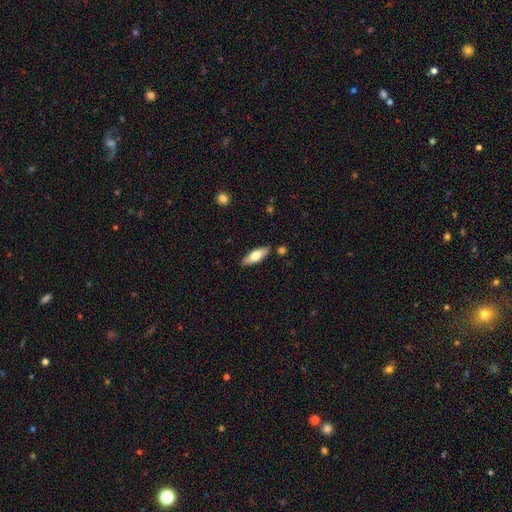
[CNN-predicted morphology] Smooth or featured? Predicted: smooth (p=0.61). How rounded? Predicted: in between (p=0.55). Merging? Predicted: none (p=0.86).